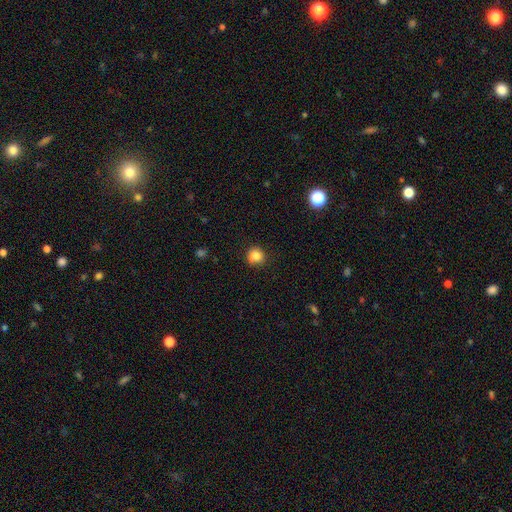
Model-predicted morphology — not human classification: smooth_or_featured: smooth (p=0.84) [alt: star or artifact p=0.11]
how_rounded: round (p=0.92) [alt: in between p=0.07]
merging: none (p=0.87) [alt: minor disturbance p=0.09]